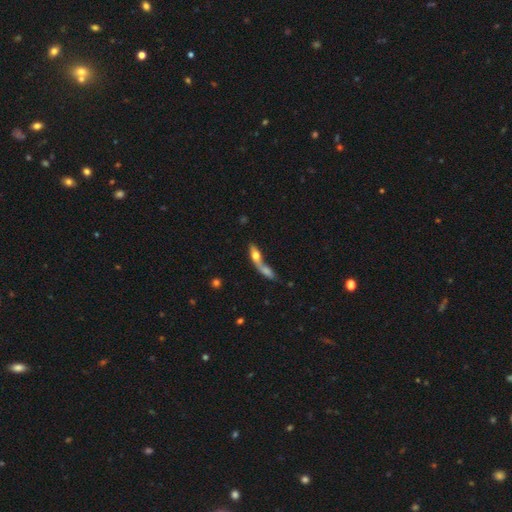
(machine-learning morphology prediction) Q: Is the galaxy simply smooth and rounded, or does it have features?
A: smooth — 56%.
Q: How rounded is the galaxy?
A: in between — 48%.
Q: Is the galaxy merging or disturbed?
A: merger — 65%.